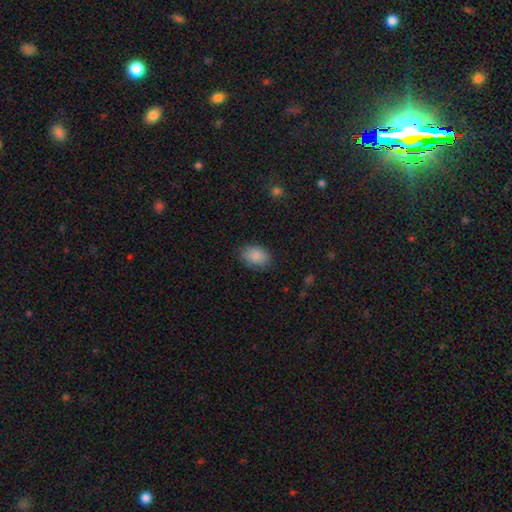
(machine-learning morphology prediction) A smooth galaxy with no disk features (88%) that is in between round and cigar-shaped (81%).

Vote fractions:
- Smooth or featured? smooth: 88% / star or artifact: 8% / featured or disk: 4%
- How rounded? in between: 81% / round: 18% / cigar-shaped: 1%
- Merging? none: 82% / minor disturbance: 13% / major disturbance: 3% / merger: 1%